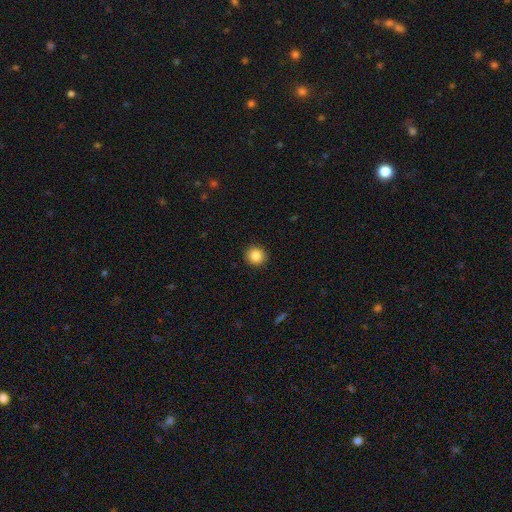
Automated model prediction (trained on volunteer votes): This appears to be a smooth galaxy with no disk features (86%) that is round (92%). Merging: none (92%).